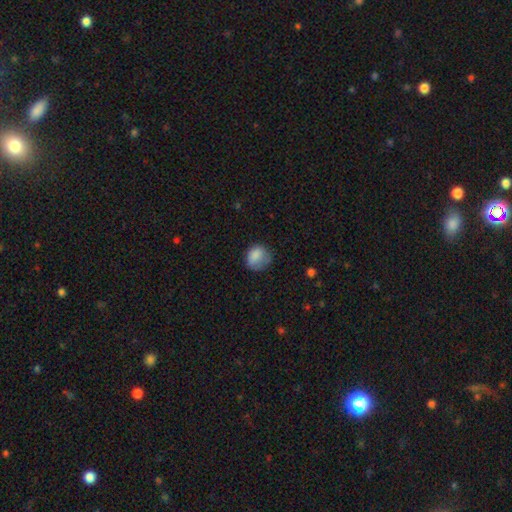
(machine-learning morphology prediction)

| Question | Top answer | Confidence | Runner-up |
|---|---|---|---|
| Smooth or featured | smooth | 81% | featured or disk (10%) |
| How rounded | round | 62% | in between (37%) |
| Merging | none | 54% | minor disturbance (30%) |